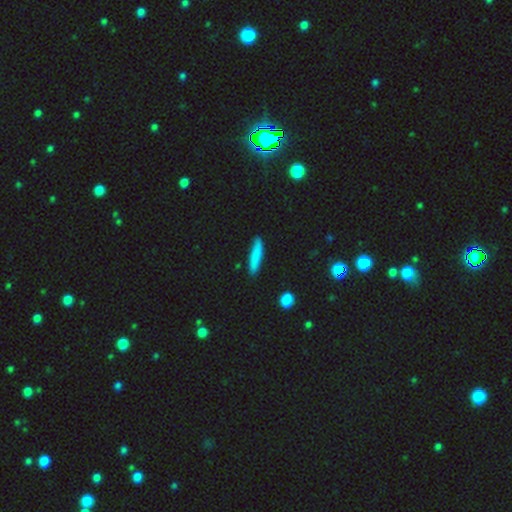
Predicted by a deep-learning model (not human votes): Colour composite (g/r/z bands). It shows a smooth galaxy with no disk features (81%) that is cigar-shaped (89%). Merging: none (86%).